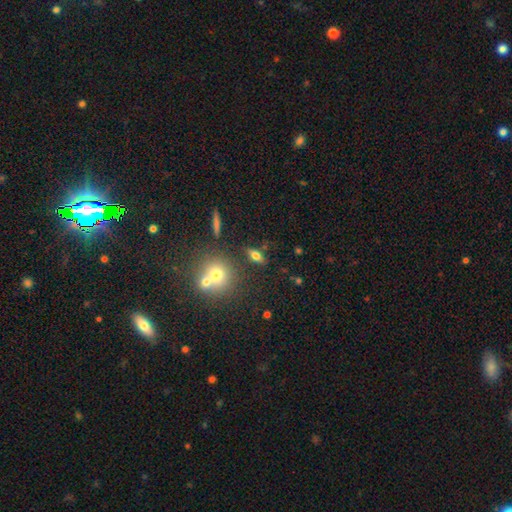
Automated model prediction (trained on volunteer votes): This is possibly a smooth galaxy (59%). How rounded: likely in between (66%). Merging: likely none (77%).